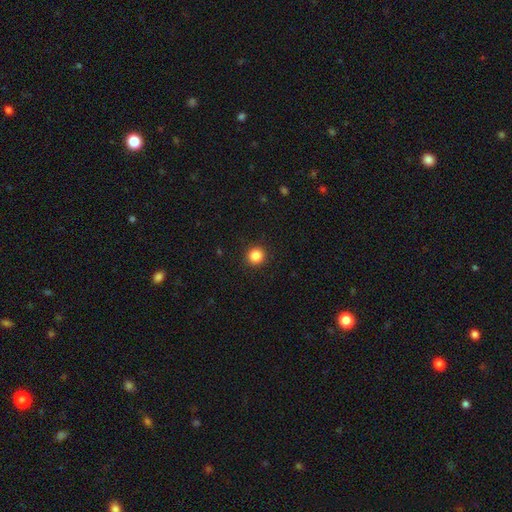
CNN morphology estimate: Smooth or featured? smooth (85%)
How rounded? round (94%)
Merging? none (93%)